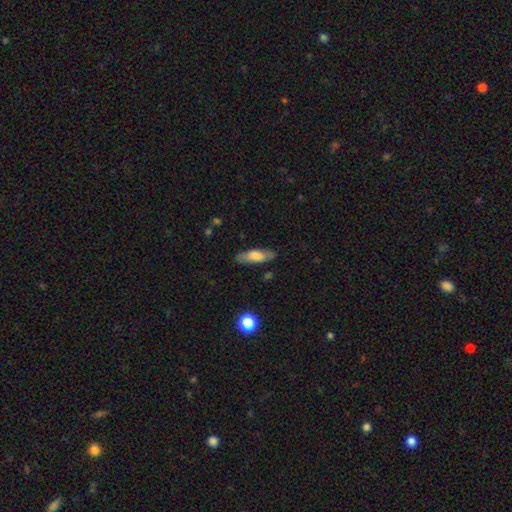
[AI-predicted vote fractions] Smooth or featured: smooth — 70% (featured or disk — 23%)
How rounded: in between — 52% (cigar-shaped — 46%)
Merging: none — 82% (minor disturbance — 13%)